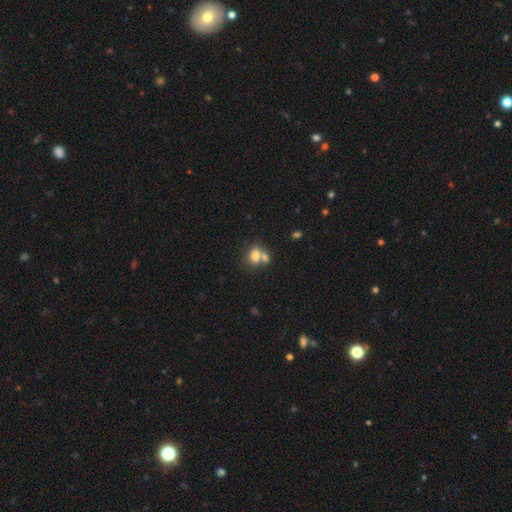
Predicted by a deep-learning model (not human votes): Morphology: type=smooth (77%); roundness=in between (67%); merging=merger (48%).